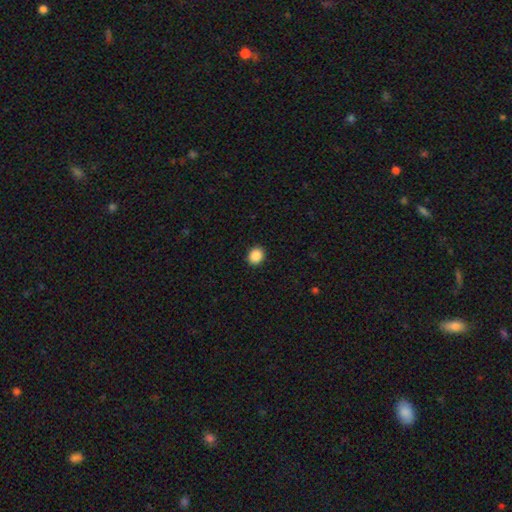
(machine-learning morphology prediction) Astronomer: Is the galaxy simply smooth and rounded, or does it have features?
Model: smooth — 89%.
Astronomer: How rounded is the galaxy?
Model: round — 64%.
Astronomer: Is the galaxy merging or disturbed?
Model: none — 91%.